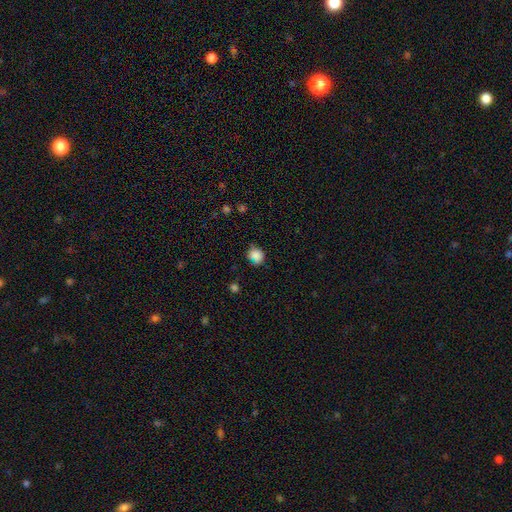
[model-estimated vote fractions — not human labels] Smooth or featured? Predicted: smooth (p=0.83). How rounded? Predicted: round (p=0.73). Merging? Predicted: none (p=0.61).